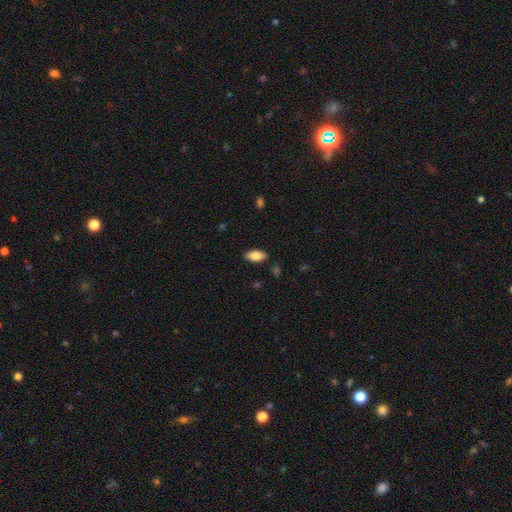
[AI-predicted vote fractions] Q: Smooth or featured?
A: smooth (82%); runner-up: featured or disk (11%)
Q: How rounded?
A: in between (90%); runner-up: cigar-shaped (8%)
Q: Merging?
A: none (88%); runner-up: minor disturbance (9%)